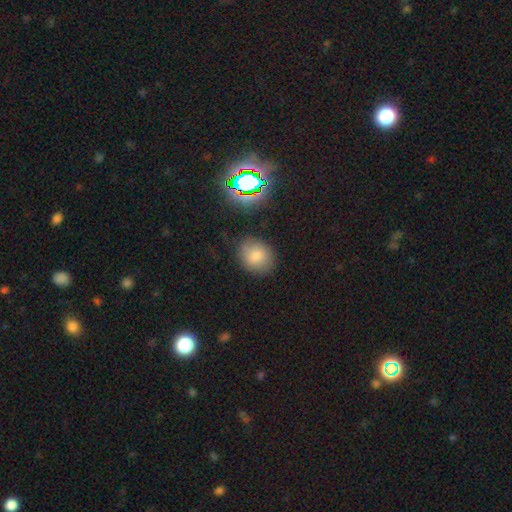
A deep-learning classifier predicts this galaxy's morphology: Smooth or featured: smooth — 77% (star or artifact — 14%)
How rounded: round — 61% (in between — 38%)
Merging: none — 80% (minor disturbance — 14%)